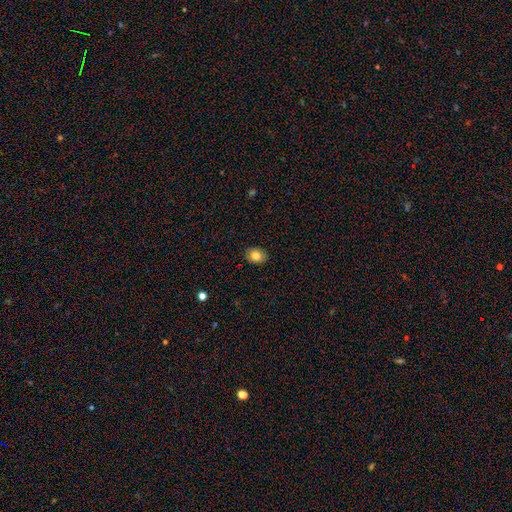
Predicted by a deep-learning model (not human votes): Morphology: type=smooth (82%); roundness=in between (59%); merging=none (89%).